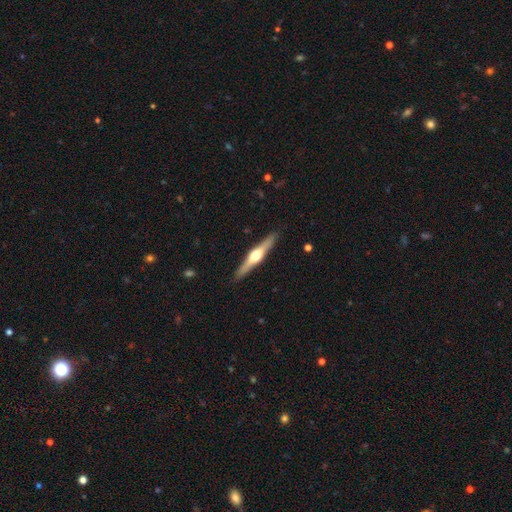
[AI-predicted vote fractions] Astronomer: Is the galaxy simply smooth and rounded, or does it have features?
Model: featured or disk — 71%.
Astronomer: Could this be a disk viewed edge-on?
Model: yes — 98%.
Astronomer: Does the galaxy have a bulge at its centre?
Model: rounded — 94%.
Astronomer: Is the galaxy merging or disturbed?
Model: none — 91%.